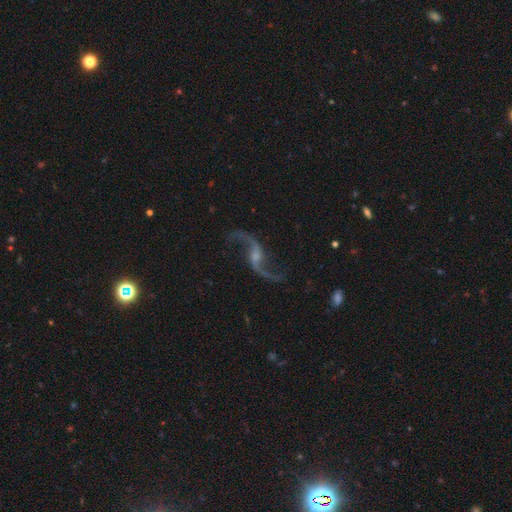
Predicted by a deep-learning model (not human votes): Q: Smooth or featured?
A: featured or disk (92%); runner-up: star or artifact (6%)
Q: Edge-on disk?
A: no (95%); runner-up: yes (5%)
Q: Bar?
A: no (46%); runner-up: weak (40%)
Q: Spiral arms?
A: yes (97%); runner-up: no (3%)
Q: Spiral winding?
A: loose (93%); runner-up: medium (6%)
Q: Spiral arm count?
A: 2 (95%); runner-up: 1 (1%)
Q: Bulge size?
A: small (53%); runner-up: moderate (28%)
Q: Merging?
A: none (81%); runner-up: minor disturbance (11%)